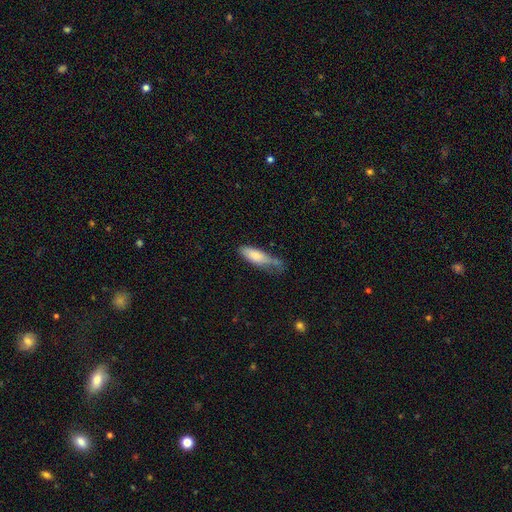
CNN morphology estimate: A smooth galaxy with no disk features (78%) that is in between round and cigar-shaped (57%).

Vote fractions:
- Smooth or featured? smooth: 78% / featured or disk: 16% / star or artifact: 6%
- How rounded? in between: 57% / cigar-shaped: 41% / round: 2%
- Merging? minor disturbance: 39% / none: 34% / major disturbance: 21% / merger: 6%